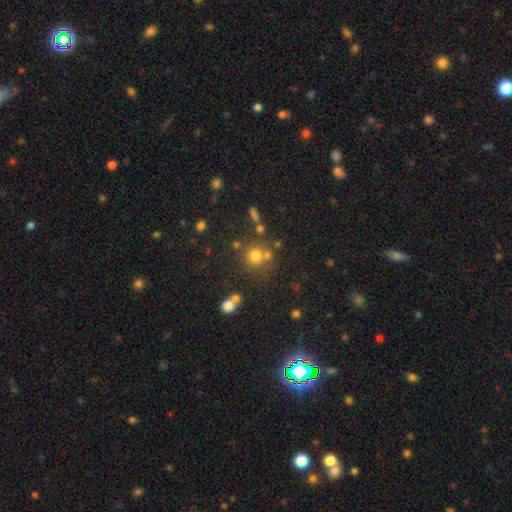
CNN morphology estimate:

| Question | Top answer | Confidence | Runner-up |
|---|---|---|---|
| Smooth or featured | smooth | 68% | star or artifact (20%) |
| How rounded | round | 88% | in between (11%) |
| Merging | none | 64% | merger (20%) |